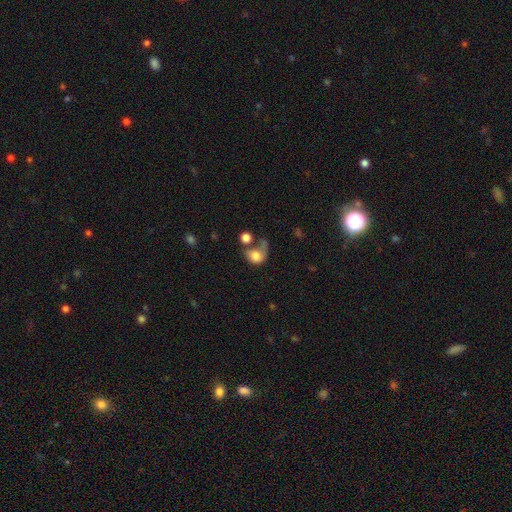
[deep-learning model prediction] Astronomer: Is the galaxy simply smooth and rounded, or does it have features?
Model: smooth — 66%.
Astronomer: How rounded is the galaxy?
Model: in between — 51% (runner-up: round, 48%).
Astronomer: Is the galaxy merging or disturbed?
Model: major disturbance — 37% (runner-up: merger, 30%).